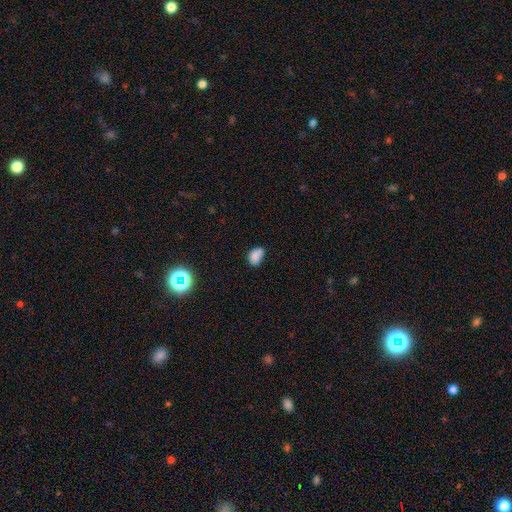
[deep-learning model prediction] This is likely a smooth galaxy (80%). How rounded: likely in between (80%). Merging: possibly none (54%).